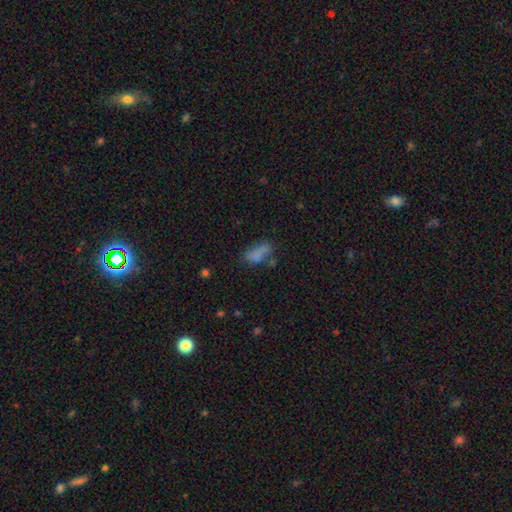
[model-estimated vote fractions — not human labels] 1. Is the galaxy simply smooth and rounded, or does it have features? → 72% smooth, 14% featured or disk, 14% star or artifact.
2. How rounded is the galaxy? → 80% in between, 16% cigar-shaped, 5% round.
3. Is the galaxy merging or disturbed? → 44% none, 23% minor disturbance, 18% merger, 15% major disturbance.